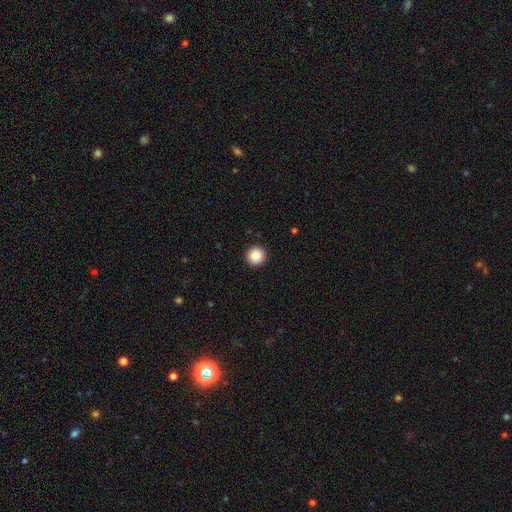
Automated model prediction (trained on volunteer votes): This appears to be a smooth galaxy with no disk features (87%) that is round (96%). Merging: none (93%).